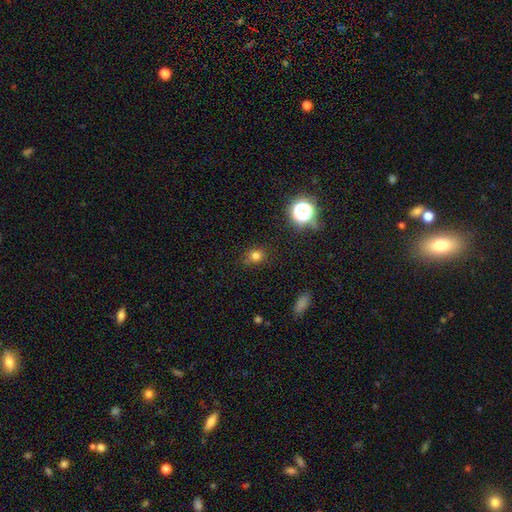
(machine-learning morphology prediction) Overall: smooth (75%). How rounded: round (80%). Merging: none (83%).